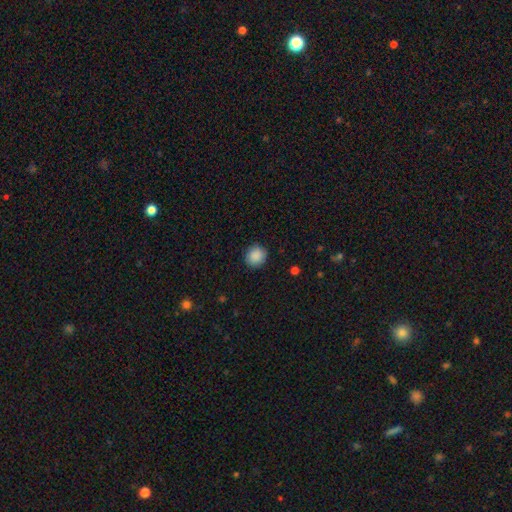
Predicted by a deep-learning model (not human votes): Smooth or featured? smooth (89%)
How rounded? round (86%)
Merging? none (90%)